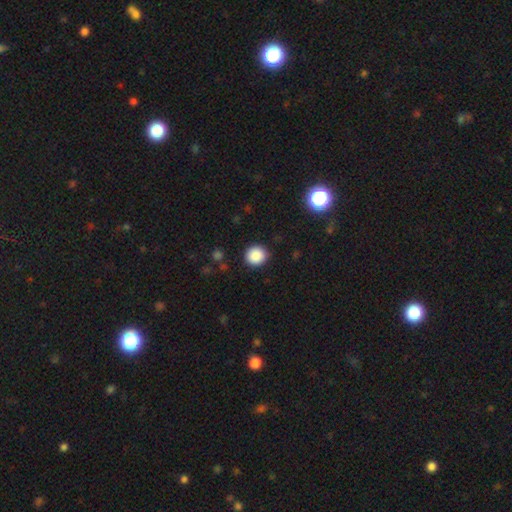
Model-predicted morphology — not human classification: The model was most divided on "smooth or featured": smooth: 88%, star or artifact: 9%, featured or disk: 3%. More confident: merging — none (91%); how rounded — round (91%).